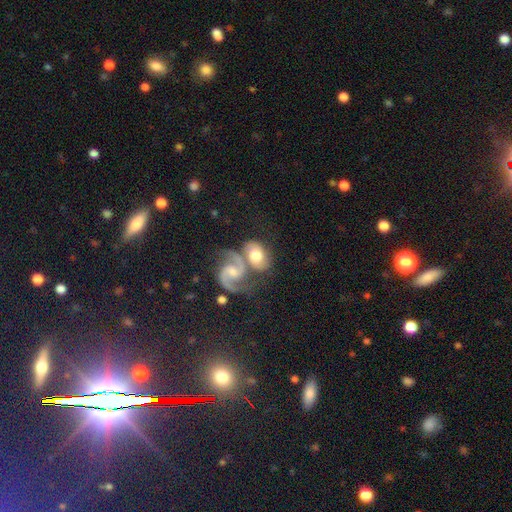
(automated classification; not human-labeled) Morphology: type=featured or disk (63%); edge-on=no (96%); bar=no (51%); spiral arms=yes (92%); winding=medium (57%); arm count=2 (87%); bulge=moderate (53%); merging=merger (52%).